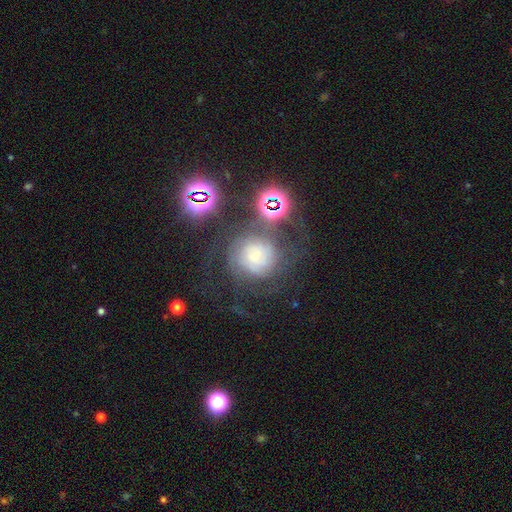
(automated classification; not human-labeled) Smooth or featured? Predicted: featured or disk (p=0.53). Edge-on disk? Predicted: no (p=0.96). Bar? Predicted: no (p=0.68). Spiral arms? Predicted: yes (p=0.82). Bulge size? Predicted: small (p=0.51). Merging? Predicted: none (p=0.57).